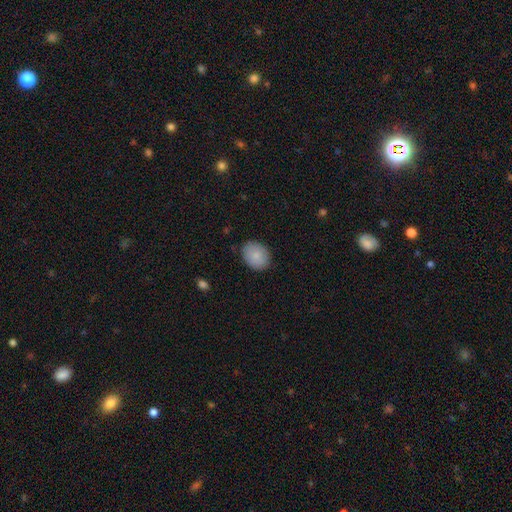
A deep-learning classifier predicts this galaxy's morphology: smooth-or-featured: smooth: 86% | featured or disk: 7% | star or artifact: 7%
  how-rounded: in between: 56% | round: 43% | cigar-shaped: 1%
  merging: none: 86% | minor disturbance: 11% | major disturbance: 2% | merger: 1%